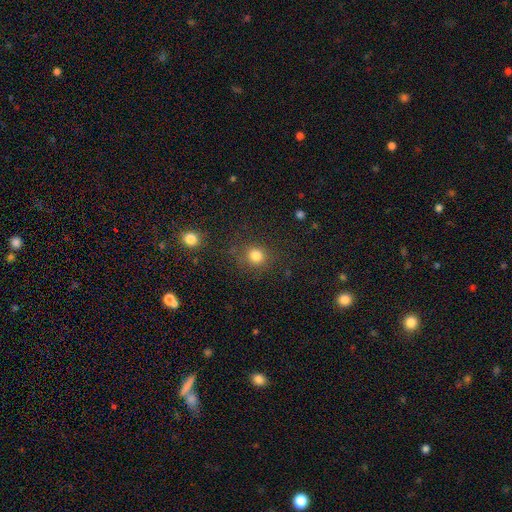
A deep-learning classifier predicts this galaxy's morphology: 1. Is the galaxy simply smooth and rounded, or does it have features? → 82% smooth, 13% star or artifact, 5% featured or disk.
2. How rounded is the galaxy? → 85% round, 14% in between, 1% cigar-shaped.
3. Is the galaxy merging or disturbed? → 81% none, 11% minor disturbance, 5% major disturbance, 4% merger.